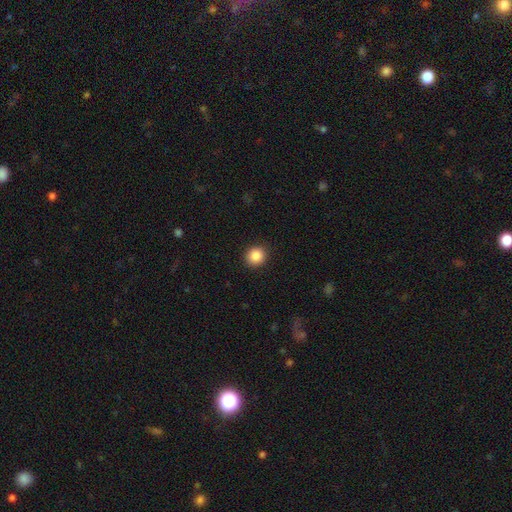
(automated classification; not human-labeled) smooth 87%, star or artifact 9%, featured or disk 3%. Down the decision tree: how rounded — round (88%); merging — none (91%).